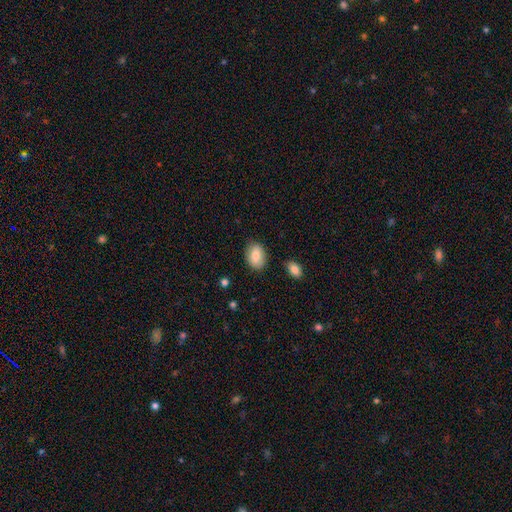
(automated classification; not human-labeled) A smooth galaxy with no disk features (83%) that is in between round and cigar-shaped (80%).

Vote fractions:
- Smooth or featured? smooth: 83% / featured or disk: 10% / star or artifact: 7%
- How rounded? in between: 80% / round: 18% / cigar-shaped: 1%
- Merging? none: 83% / minor disturbance: 12% / major disturbance: 3% / merger: 2%